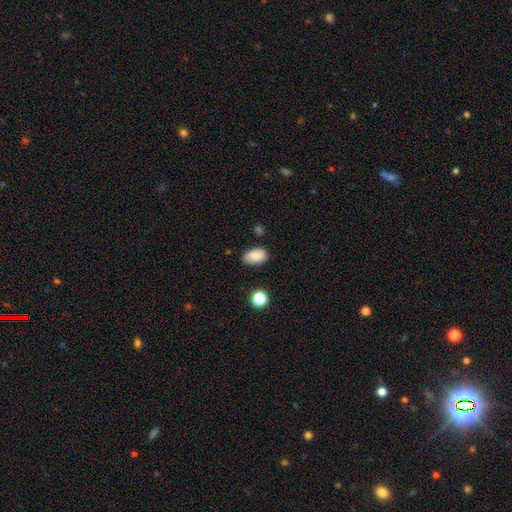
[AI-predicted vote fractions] A smooth galaxy with no disk features (86%) that is in between round and cigar-shaped (90%). Merging: none (76%).